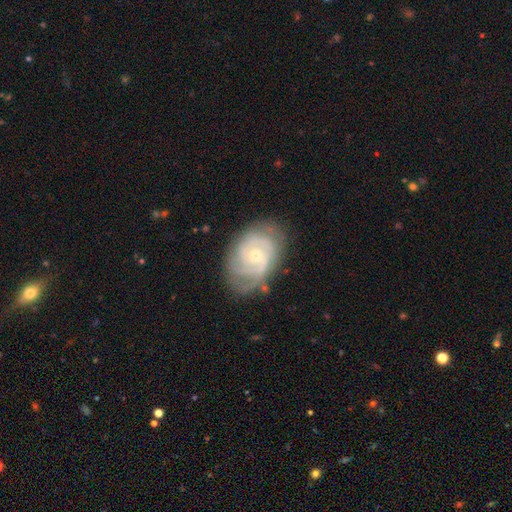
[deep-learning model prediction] Q: Smooth or featured?
A: featured or disk (85%); runner-up: smooth (10%)
Q: Edge-on disk?
A: no (97%); runner-up: yes (3%)
Q: Bar?
A: no (72%); runner-up: weak (24%)
Q: Spiral arms?
A: yes (94%); runner-up: no (6%)
Q: Spiral winding?
A: tight (64%); runner-up: medium (29%)
Q: Spiral arm count?
A: 2 (33%); runner-up: can't tell (26%)
Q: Bulge size?
A: small (57%); runner-up: moderate (40%)
Q: Merging?
A: none (71%); runner-up: minor disturbance (20%)